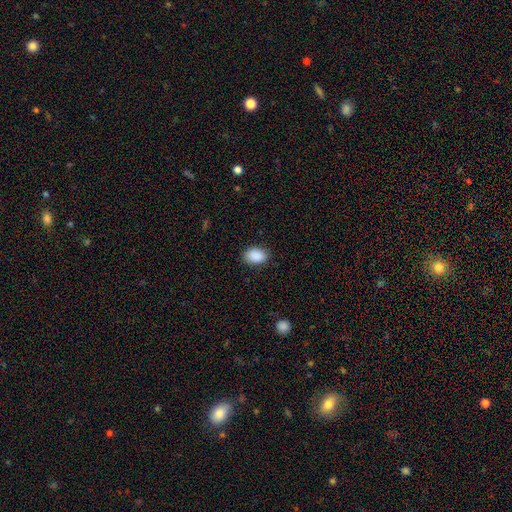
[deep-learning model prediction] A smooth galaxy with no disk features (90%) that is in between round and cigar-shaped (82%).

Vote fractions:
- Smooth or featured? smooth: 90% / star or artifact: 7% / featured or disk: 3%
- How rounded? in between: 82% / round: 17% / cigar-shaped: 1%
- Merging? none: 87% / minor disturbance: 9% / major disturbance: 2% / merger: 1%